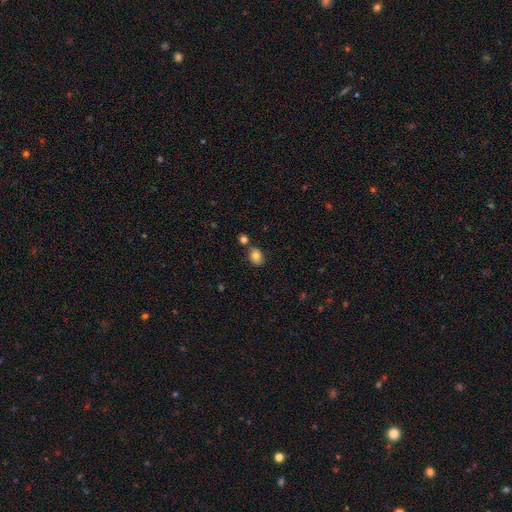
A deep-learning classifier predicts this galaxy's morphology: Smooth or featured? Predicted: smooth (p=0.81). How rounded? Predicted: in between (p=0.61). Merging? Predicted: none (p=0.70).